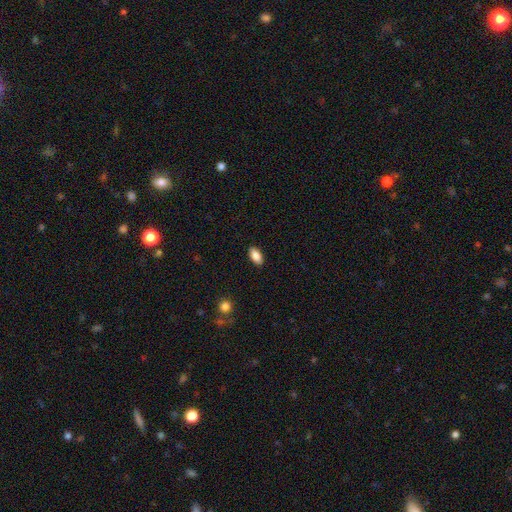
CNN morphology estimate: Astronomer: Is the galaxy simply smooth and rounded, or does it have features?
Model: smooth — 88%.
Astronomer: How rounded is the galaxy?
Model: in between — 91%.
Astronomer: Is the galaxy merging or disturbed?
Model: none — 88%.